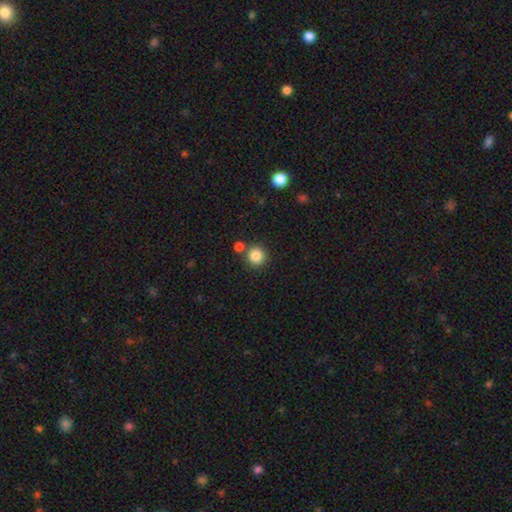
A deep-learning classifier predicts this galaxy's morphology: A smooth galaxy with no disk features (84%) that is round (94%).

Vote fractions:
- Smooth or featured? smooth: 84% / star or artifact: 11% / featured or disk: 5%
- How rounded? round: 94% / in between: 5% / cigar-shaped: 1%
- Merging? none: 78% / merger: 12% / minor disturbance: 7% / major disturbance: 2%